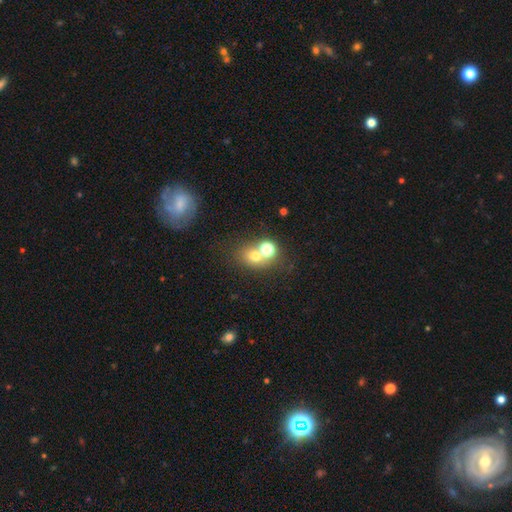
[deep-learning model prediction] smooth_or_featured: smooth (p=0.65) [alt: star or artifact p=0.20]
how_rounded: round (p=0.66) [alt: in between p=0.33]
merging: none (p=0.48) [alt: merger p=0.38]